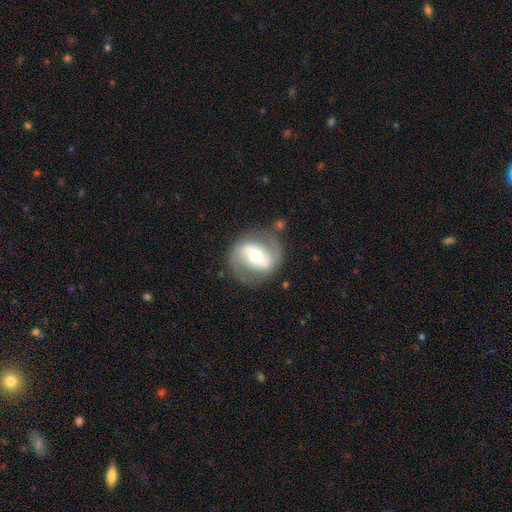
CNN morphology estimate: smooth_or_featured: featured or disk (p=0.74) [alt: smooth p=0.20]
disk_edge_on: no (p=0.96) [alt: yes p=0.04]
bar: strong (p=0.46) [alt: weak p=0.31]
has_spiral_arms: yes (p=0.78) [alt: no p=0.22]
spiral_winding: medium (p=0.45) [alt: loose p=0.31]
spiral_arm_count: 2 (p=0.87) [alt: can't tell p=0.07]
bulge_size: moderate (p=0.62) [alt: small p=0.25]
merging: none (p=0.76) [alt: minor disturbance p=0.14]